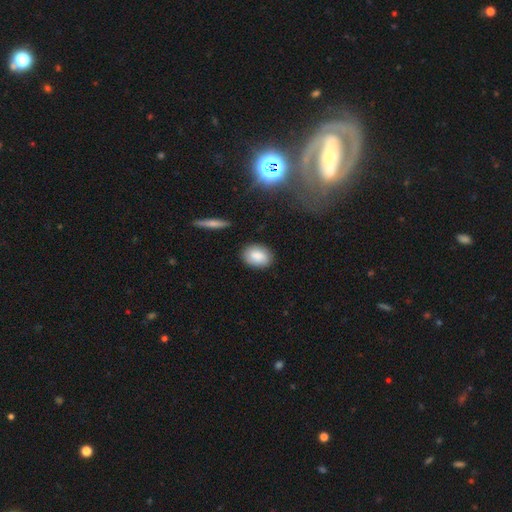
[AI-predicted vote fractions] Q: Smooth or featured?
A: smooth (82%); runner-up: featured or disk (11%)
Q: How rounded?
A: in between (78%); runner-up: round (20%)
Q: Merging?
A: none (84%); runner-up: minor disturbance (12%)